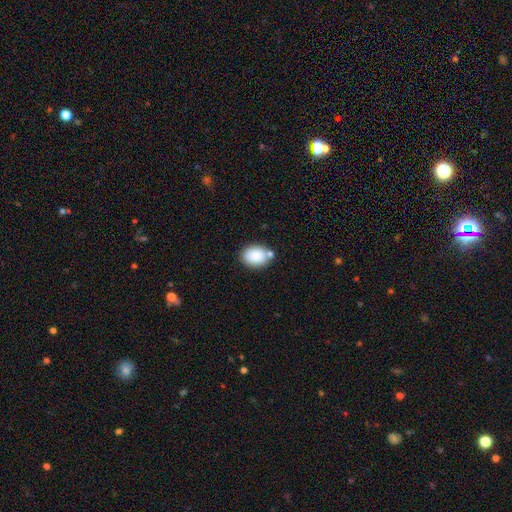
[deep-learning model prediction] Q: Smooth or featured?
A: smooth (88%); runner-up: star or artifact (8%)
Q: How rounded?
A: in between (74%); runner-up: round (25%)
Q: Merging?
A: none (70%); runner-up: minor disturbance (14%)